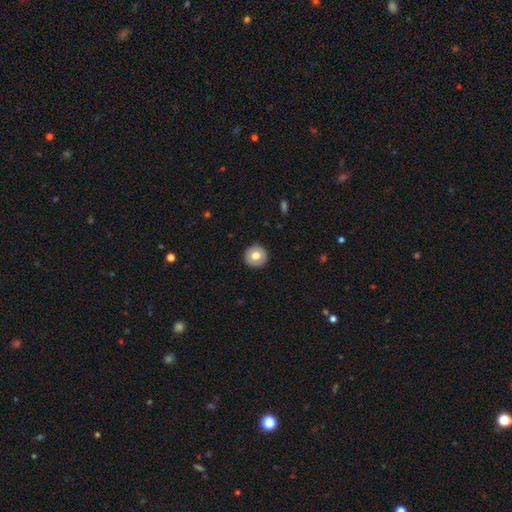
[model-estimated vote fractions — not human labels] Smooth or featured? smooth (72%)
How rounded? round (95%)
Merging? none (92%)